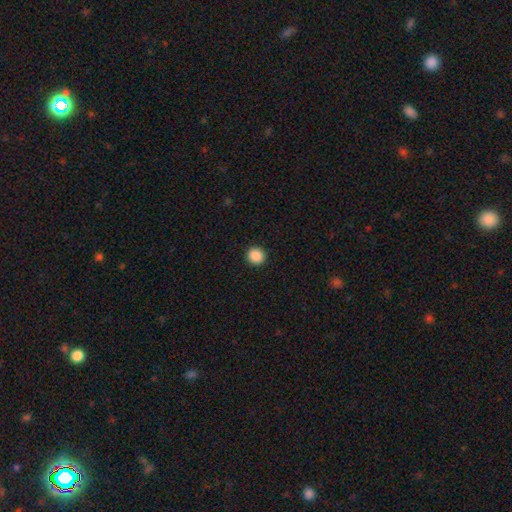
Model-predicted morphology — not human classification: The model was most divided on "smooth or featured": smooth: 88%, star or artifact: 9%, featured or disk: 3%. More confident: merging — none (93%); how rounded — round (92%).